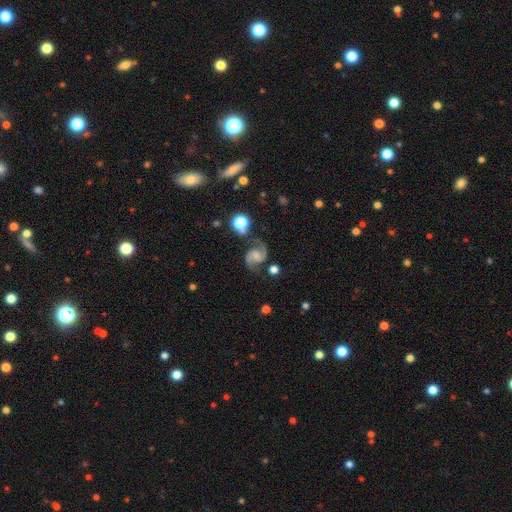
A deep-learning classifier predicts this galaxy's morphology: Smooth or featured? Predicted: featured or disk (p=0.88). Edge-on disk? Predicted: no (p=0.98). Bar? Predicted: no (p=0.44). Spiral arms? Predicted: yes (p=0.98). Spiral winding? Predicted: medium (p=0.56). Spiral arm count? Predicted: 2 (p=0.94). Bulge size? Predicted: none (p=0.41). Merging? Predicted: none (p=0.75).